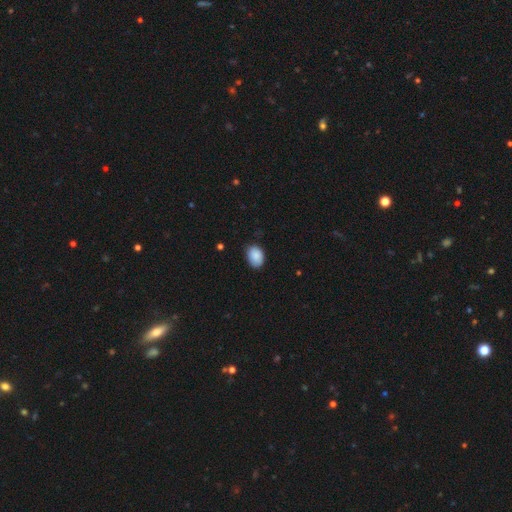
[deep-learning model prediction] Q: Smooth or featured?
A: smooth (89%); runner-up: star or artifact (7%)
Q: How rounded?
A: in between (78%); runner-up: round (21%)
Q: Merging?
A: none (76%); runner-up: minor disturbance (20%)